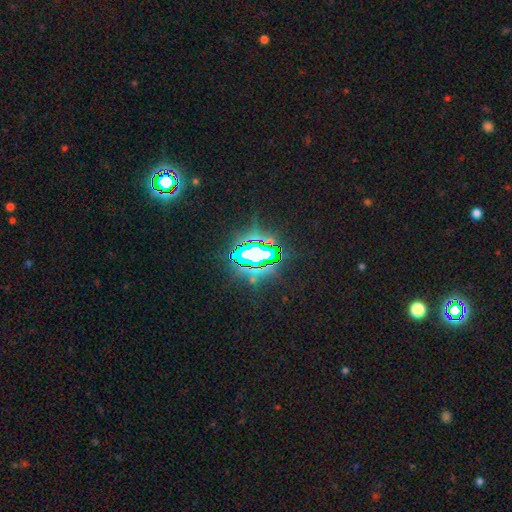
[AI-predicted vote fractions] Smooth or featured?
  - star or artifact: 73% *
  - smooth: 14%
  - featured or disk: 13%